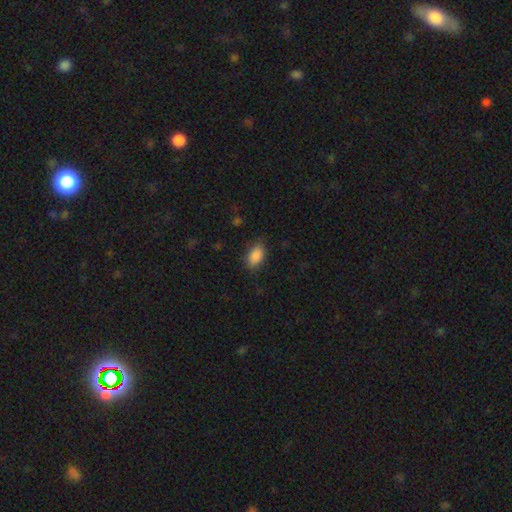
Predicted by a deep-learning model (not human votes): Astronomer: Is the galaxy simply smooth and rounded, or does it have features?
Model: smooth — 88%.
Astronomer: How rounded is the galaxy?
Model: in between — 91%.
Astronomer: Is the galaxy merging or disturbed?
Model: none — 81%.